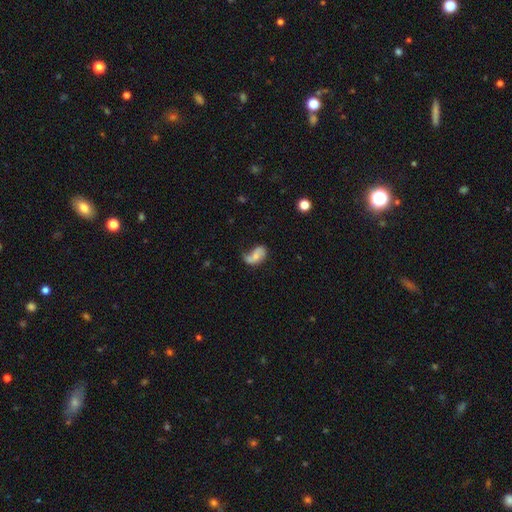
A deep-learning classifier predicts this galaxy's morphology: A featured or disk galaxy (47%).

Vote fractions:
- Smooth or featured? featured or disk: 47% / smooth: 44% / star or artifact: 9%
- Merging? none: 33% / minor disturbance: 28% / major disturbance: 25% / merger: 14%